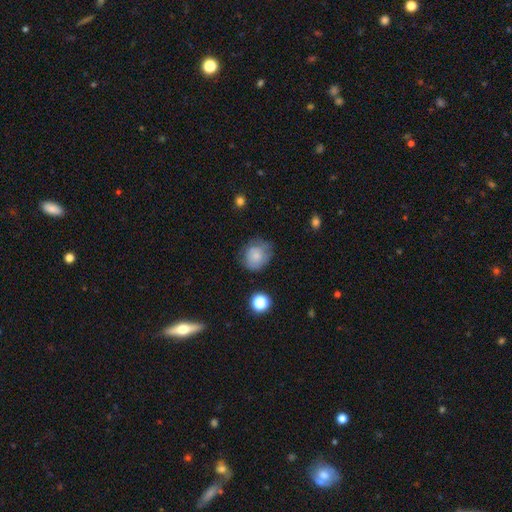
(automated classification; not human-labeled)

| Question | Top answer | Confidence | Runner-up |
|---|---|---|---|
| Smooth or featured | smooth | 72% | featured or disk (18%) |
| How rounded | round | 74% | in between (25%) |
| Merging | none | 60% | minor disturbance (27%) |